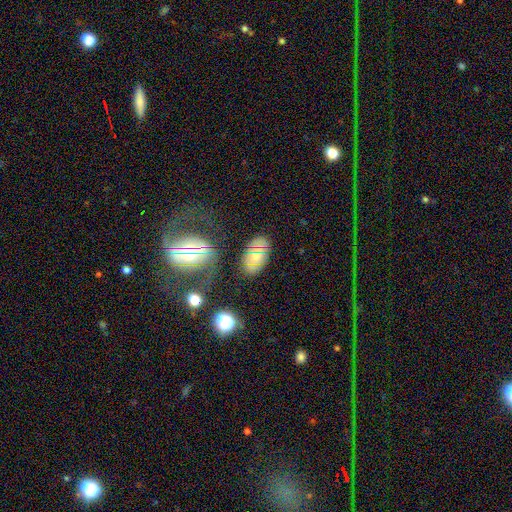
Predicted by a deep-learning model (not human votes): smooth_or_featured: smooth (p=0.40) [tied with: featured or disk p=0.40]
merging: none (p=0.78) [alt: minor disturbance p=0.14]